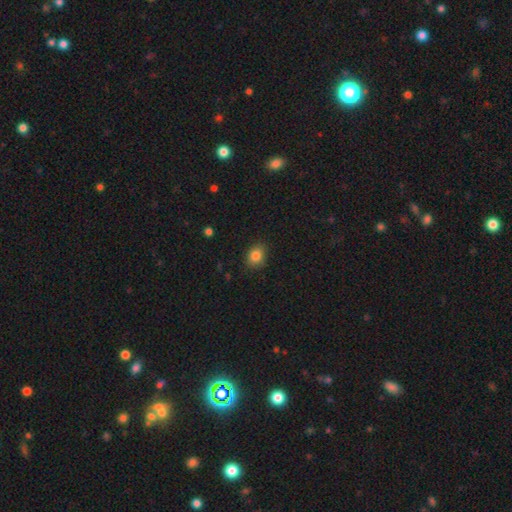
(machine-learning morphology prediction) A smooth galaxy with no disk features (84%) that is in between round and cigar-shaped (51%). Merging: none (84%).